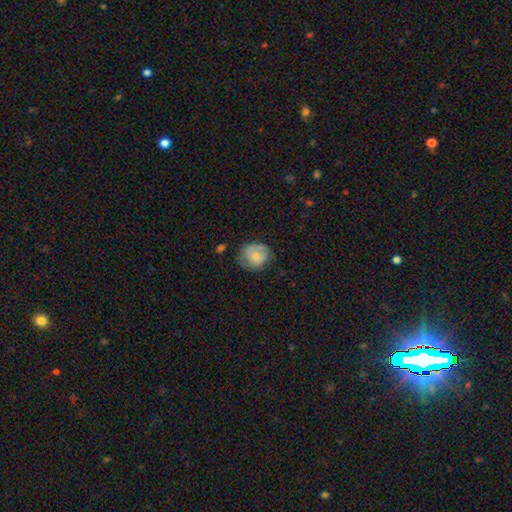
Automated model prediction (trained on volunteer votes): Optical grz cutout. It shows a smooth galaxy with no disk features (58%) that is round (77%). Merging: none (58%).